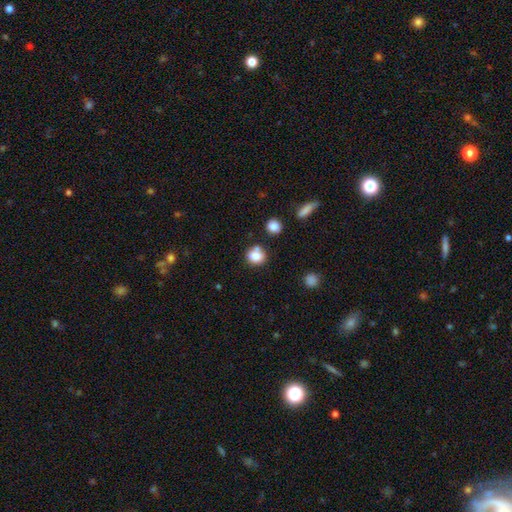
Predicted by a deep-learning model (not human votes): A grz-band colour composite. It shows a smooth galaxy with no disk features (83%) that is round (75%). Merging: none (64%).